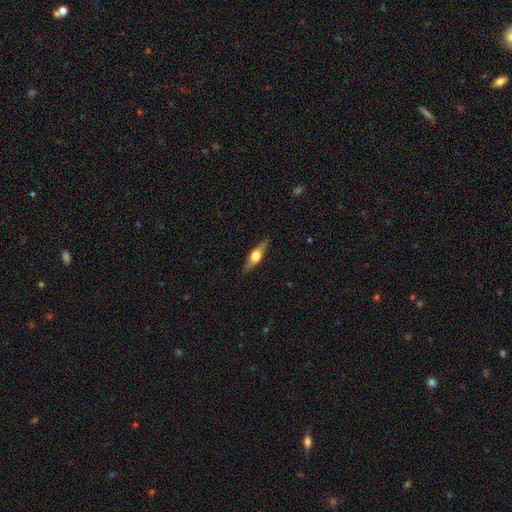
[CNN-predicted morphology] featured or disk 64%, smooth 30%, star or artifact 6%. Down the decision tree: edge-on disk — yes (95%); edge-on bulge — rounded (94%); merging — none (88%).